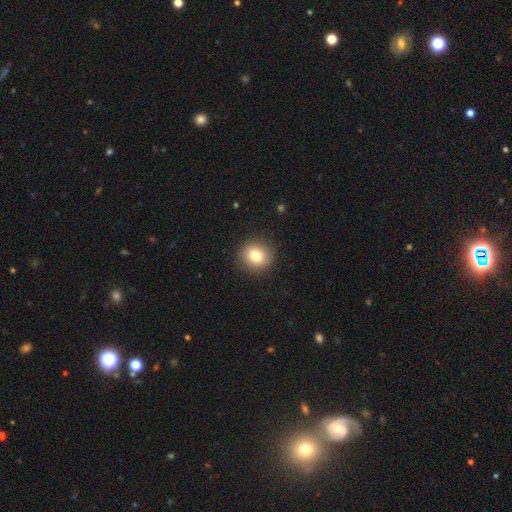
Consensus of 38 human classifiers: Smooth or featured? 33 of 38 (87%) said smooth. How rounded? 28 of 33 (85%) said round. Merging? 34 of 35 (97%) said none.